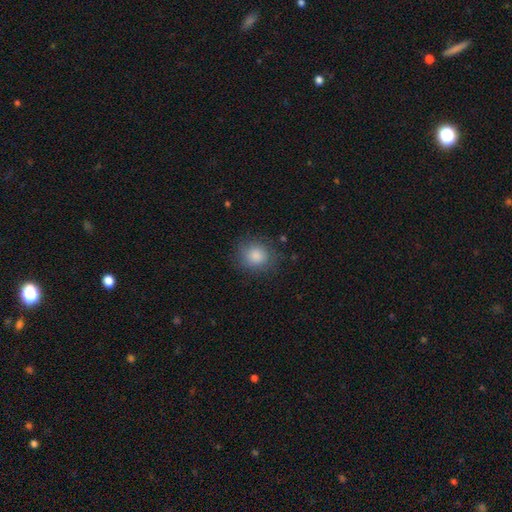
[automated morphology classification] A smooth galaxy with no disk features (85%) that is round (80%).

Vote fractions:
- Smooth or featured? smooth: 85% / star or artifact: 9% / featured or disk: 6%
- How rounded? round: 80% / in between: 19% / cigar-shaped: 1%
- Merging? none: 82% / minor disturbance: 13% / major disturbance: 4% / merger: 1%